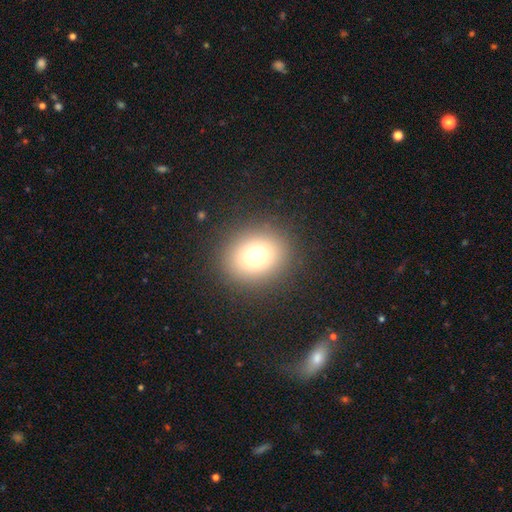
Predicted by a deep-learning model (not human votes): The model was most divided on "smooth or featured": smooth: 72%, star or artifact: 18%, featured or disk: 10%. More confident: merging — none (89%); how rounded — round (77%).